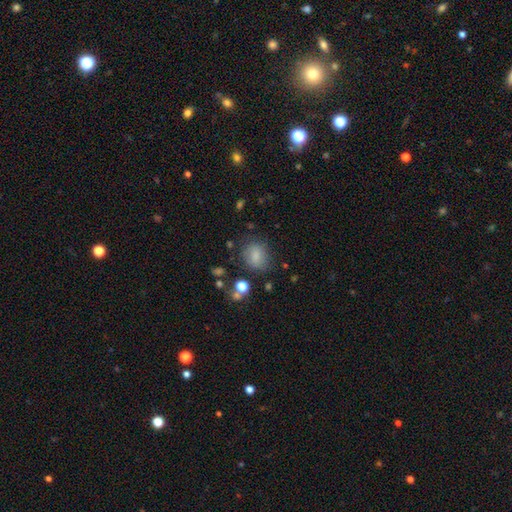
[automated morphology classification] The model was most divided on "how rounded": in between: 51%, round: 48%, cigar-shaped: 2%. More confident: smooth or featured — smooth (80%); merging — none (73%).